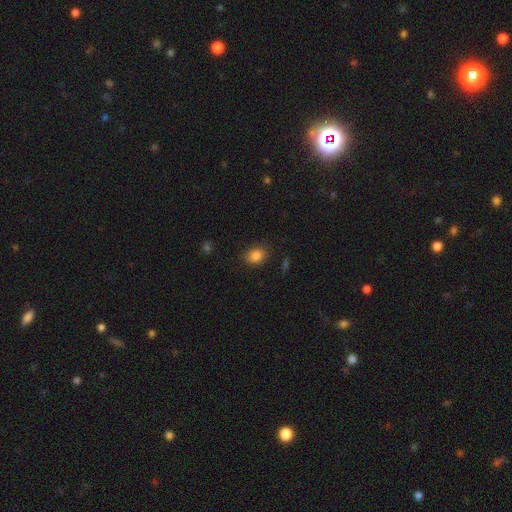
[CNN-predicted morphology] Q: Smooth or featured?
A: smooth (84%); runner-up: star or artifact (10%)
Q: How rounded?
A: in between (50%); runner-up: round (49%)
Q: Merging?
A: none (83%); runner-up: minor disturbance (12%)